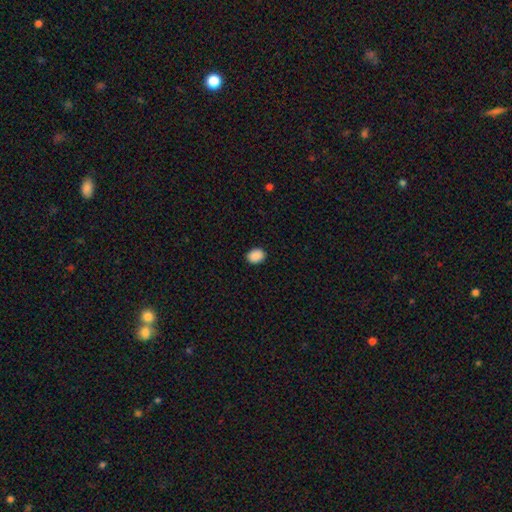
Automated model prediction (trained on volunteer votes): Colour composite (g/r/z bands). It shows a smooth galaxy with no disk features (90%) that is in between round and cigar-shaped (63%). Merging: none (90%).